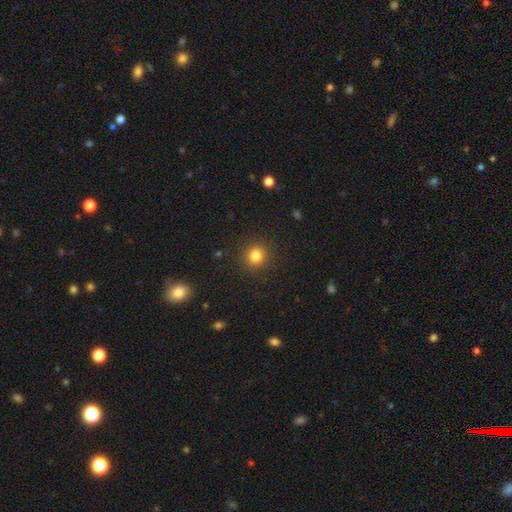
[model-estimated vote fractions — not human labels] smooth-or-featured: smooth: 82% | star or artifact: 13% | featured or disk: 5%
  how-rounded: round: 90% | in between: 9% | cigar-shaped: 1%
  merging: none: 90% | minor disturbance: 6% | major disturbance: 3% | merger: 1%